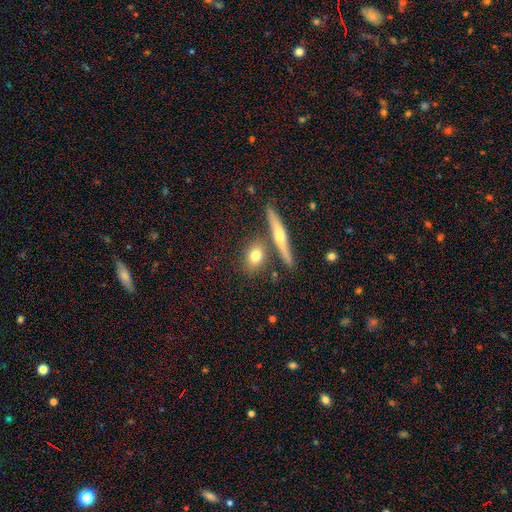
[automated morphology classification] A smooth galaxy with no disk features (69%) that is in between round and cigar-shaped (44%).

Vote fractions:
- Smooth or featured? smooth: 69% / featured or disk: 22% / star or artifact: 9%
- How rounded? in between: 44% / round: 42% / cigar-shaped: 14%
- Merging? none: 72% / merger: 15% / minor disturbance: 10% / major disturbance: 3%